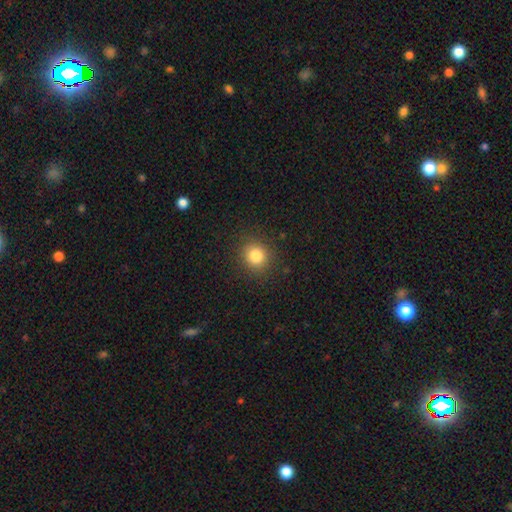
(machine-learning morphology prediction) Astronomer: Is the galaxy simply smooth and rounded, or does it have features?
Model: smooth — 82%.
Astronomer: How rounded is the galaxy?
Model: round — 87%.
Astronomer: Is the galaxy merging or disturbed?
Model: none — 89%.